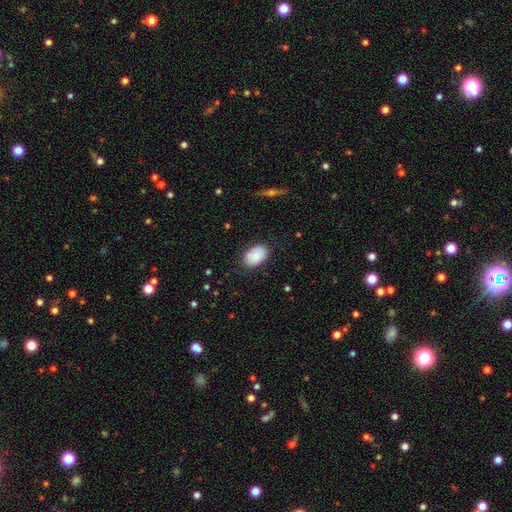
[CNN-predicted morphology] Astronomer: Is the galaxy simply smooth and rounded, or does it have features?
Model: smooth — 83%.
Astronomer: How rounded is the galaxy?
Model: in between — 88%.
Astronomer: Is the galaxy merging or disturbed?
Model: none — 79%.